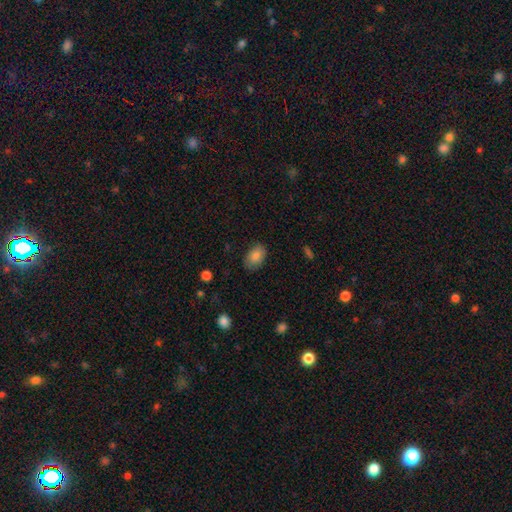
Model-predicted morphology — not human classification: A smooth galaxy with no disk features (85%) that is in between round and cigar-shaped (88%). Merging: none (82%).